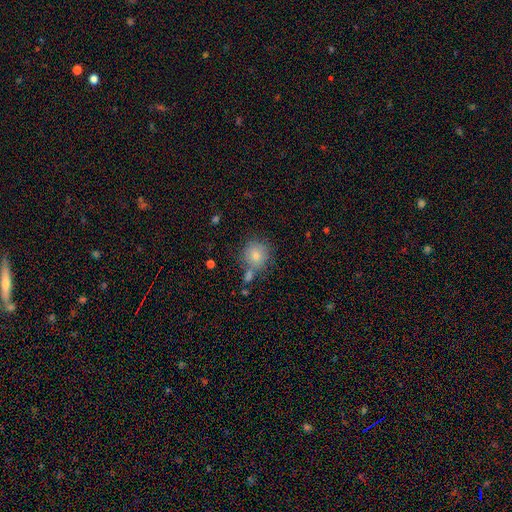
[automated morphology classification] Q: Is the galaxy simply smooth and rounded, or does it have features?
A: smooth — 79%.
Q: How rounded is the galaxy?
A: round — 88%.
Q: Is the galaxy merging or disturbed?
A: none — 66%.